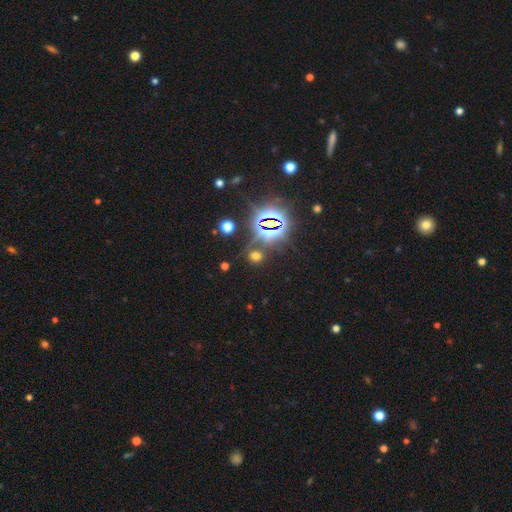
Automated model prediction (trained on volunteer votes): Smooth or featured?
  - star or artifact: 47% * (tied)
  - smooth: 47% * (tied)
  - featured or disk: 7%